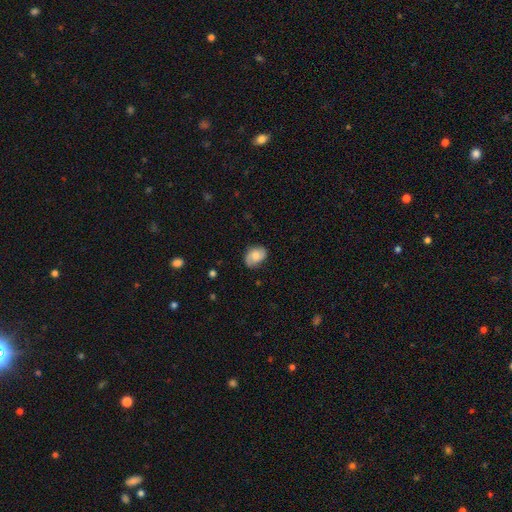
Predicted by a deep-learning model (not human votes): A smooth galaxy with no disk features (55%) that is in between round and cigar-shaped (73%). Merging: none (71%).